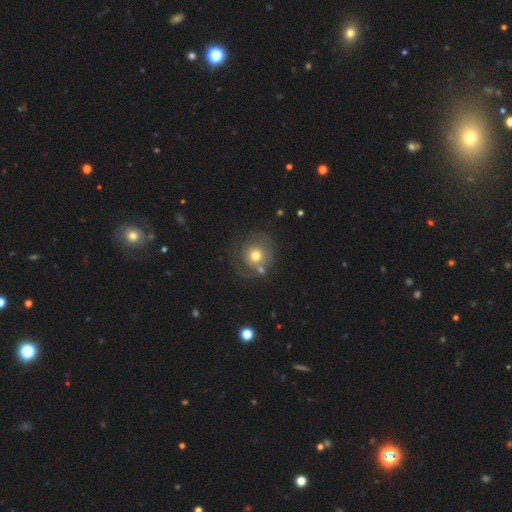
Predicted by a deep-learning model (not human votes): Smooth or featured?
  - smooth: 57% *
  - featured or disk: 33%
  - star or artifact: 11%
How rounded?
  - round: 88% *
  - in between: 11%
  - cigar-shaped: 1%
Merging?
  - none: 57% *
  - minor disturbance: 18%
  - major disturbance: 14%
  - merger: 10%